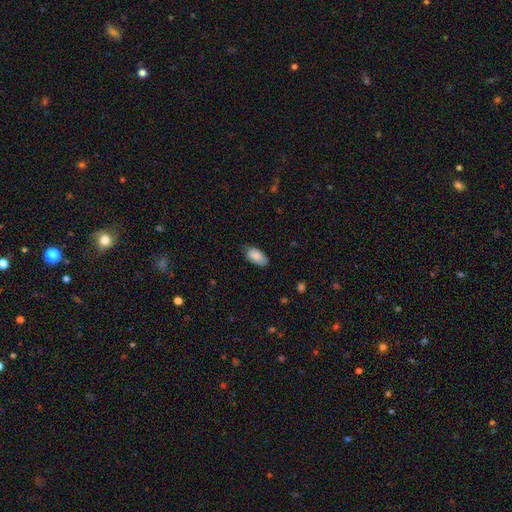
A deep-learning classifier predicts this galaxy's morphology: Smooth or featured? Predicted: smooth (p=0.85). How rounded? Predicted: in between (p=0.95). Merging? Predicted: none (p=0.74).